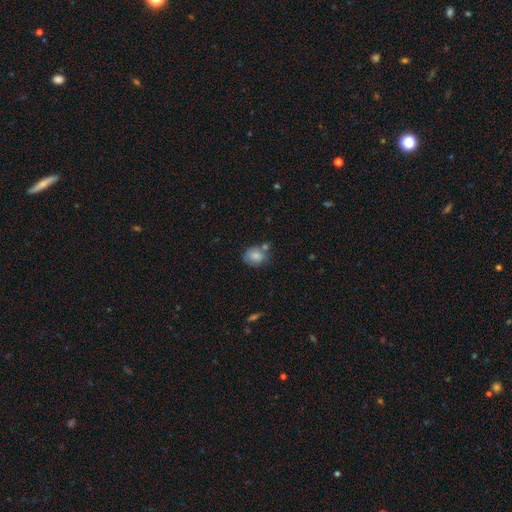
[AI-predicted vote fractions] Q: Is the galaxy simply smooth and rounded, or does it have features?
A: smooth — 81%.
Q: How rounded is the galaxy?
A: round — 61%.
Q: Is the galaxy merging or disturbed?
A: none — 60%.